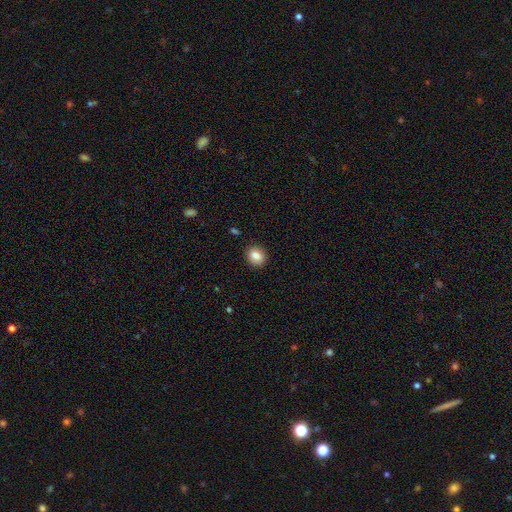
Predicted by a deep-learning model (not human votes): Overall: smooth (85%). How rounded: round (62%; in between 36%). Merging: none (89%).